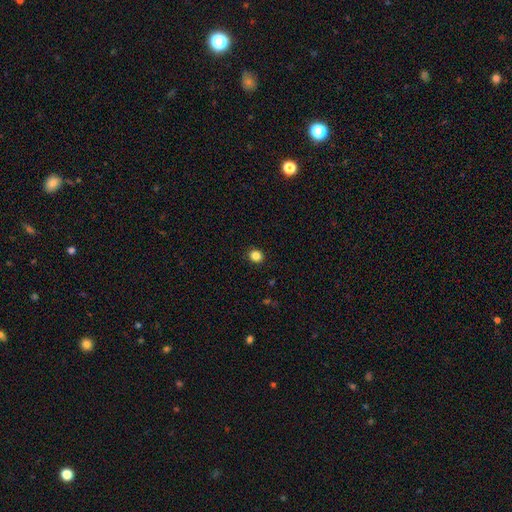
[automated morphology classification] smooth_or_featured: smooth (p=0.85) [alt: star or artifact p=0.11]
how_rounded: round (p=0.78) [alt: in between p=0.21]
merging: none (p=0.91) [alt: minor disturbance p=0.06]